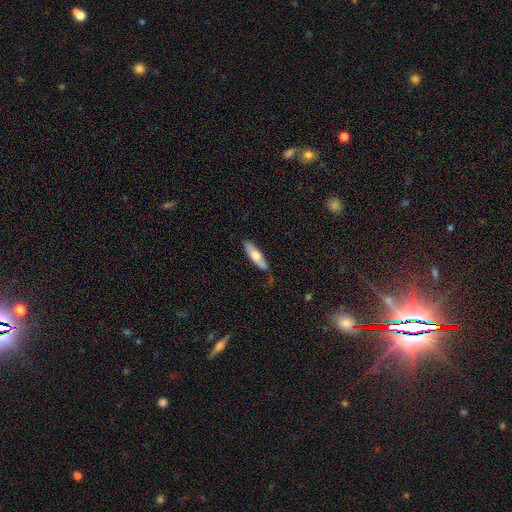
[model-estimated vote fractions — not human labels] Smooth or featured? Predicted: smooth (p=0.63). How rounded? Predicted: cigar-shaped (p=0.57). Merging? Predicted: none (p=0.67).